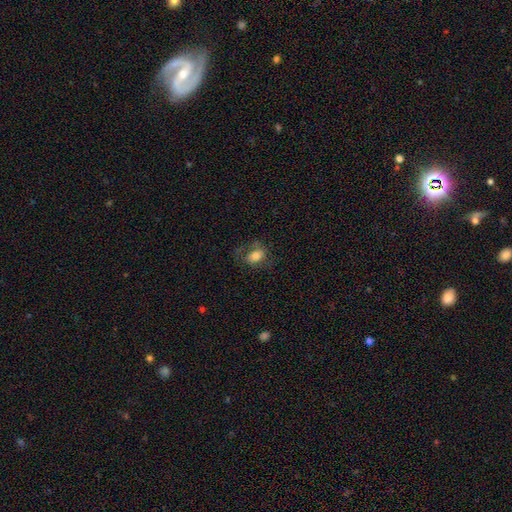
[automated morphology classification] smooth-or-featured: smooth: 71% | featured or disk: 18% | star or artifact: 10%
  how-rounded: in between: 75% | round: 24% | cigar-shaped: 2%
  merging: none: 56% | minor disturbance: 22% | major disturbance: 19% | merger: 2%